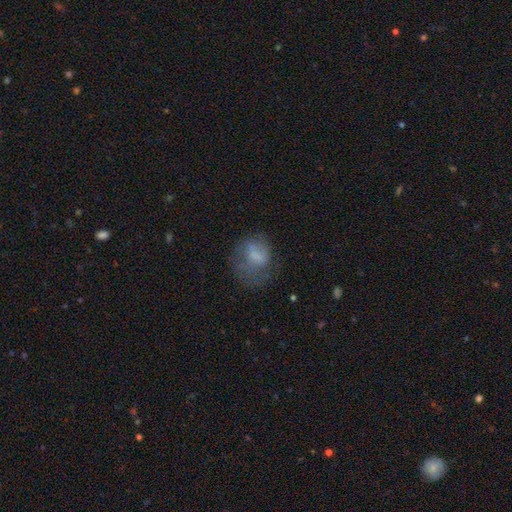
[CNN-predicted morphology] Overall: smooth (59%; featured or disk 29%). How rounded: round (55%; in between 44%). Merging: none (40%; major disturbance 33%).